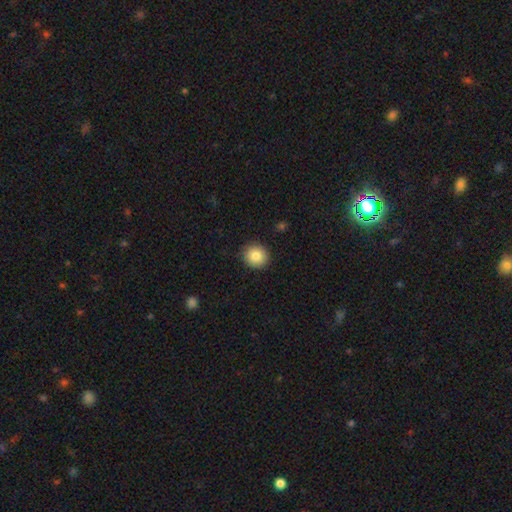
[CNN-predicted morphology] Smooth or featured?
  - smooth: 86% *
  - star or artifact: 9%
  - featured or disk: 6%
How rounded?
  - round: 86% *
  - in between: 13%
  - cigar-shaped: 1%
Merging?
  - none: 90% *
  - minor disturbance: 7%
  - major disturbance: 2%
  - merger: 1%